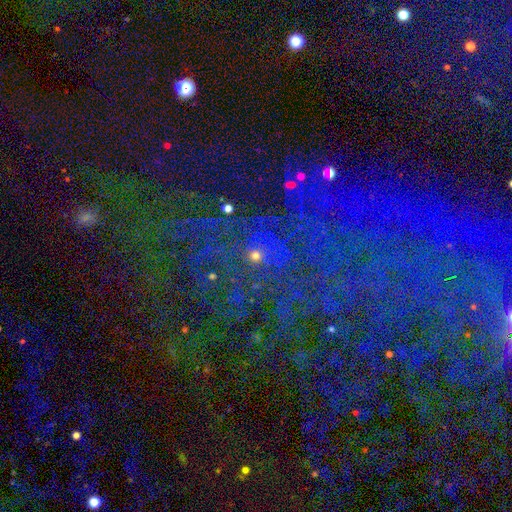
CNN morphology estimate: smooth-or-featured: star or artifact: 55% | smooth: 31% | featured or disk: 15%